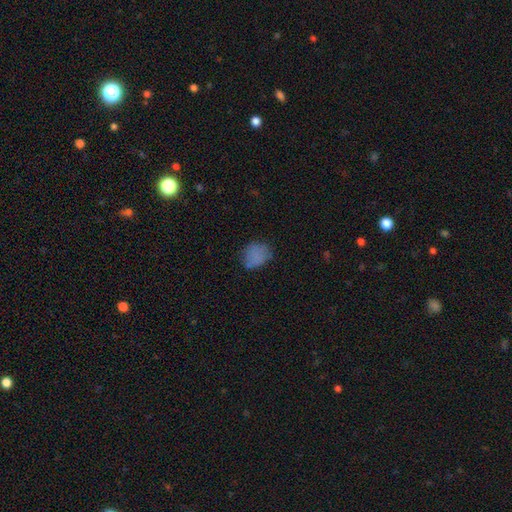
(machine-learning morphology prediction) Smooth or featured? Predicted: smooth (p=0.79). How rounded? Predicted: round (p=0.53). Merging? Predicted: none (p=0.62).